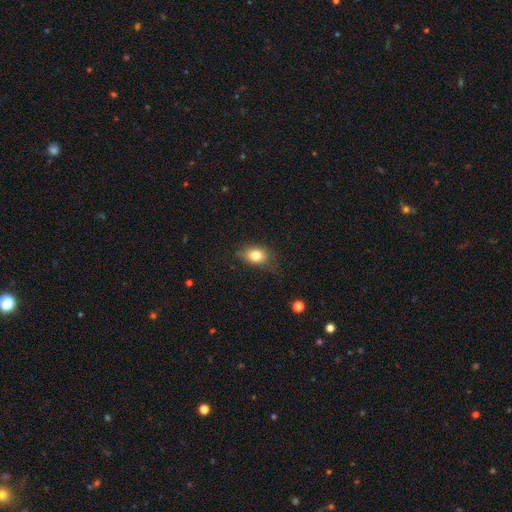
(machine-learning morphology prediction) Q: Smooth or featured?
A: smooth (79%); runner-up: featured or disk (11%)
Q: How rounded?
A: in between (69%); runner-up: round (29%)
Q: Merging?
A: none (62%); runner-up: minor disturbance (27%)